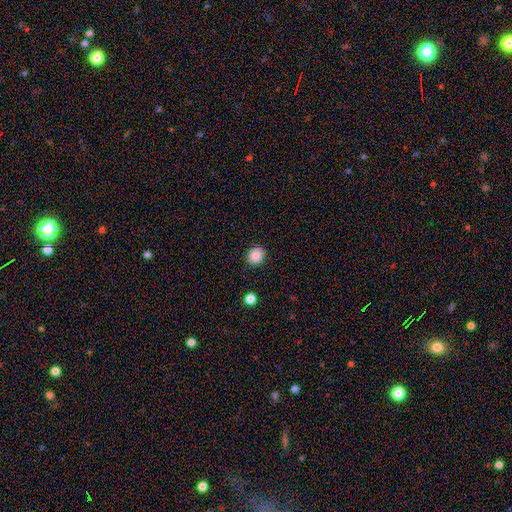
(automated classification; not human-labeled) A smooth galaxy with no disk features (87%) that is round (74%). Merging: none (90%).